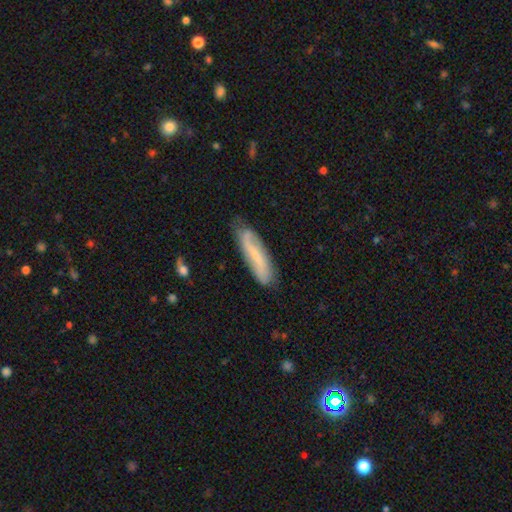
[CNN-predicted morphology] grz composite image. It shows a featured or disk galaxy (53%). Merging: none (75%).